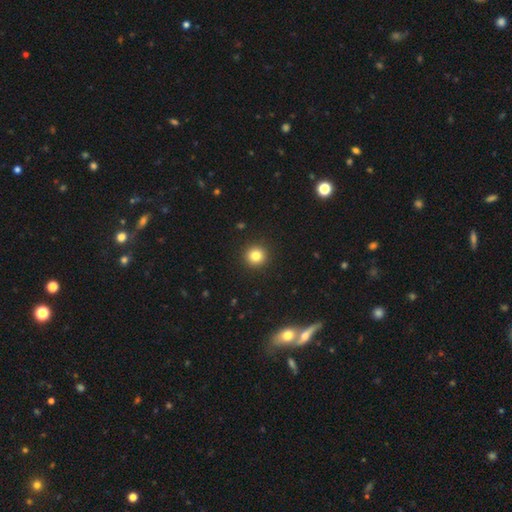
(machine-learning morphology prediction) Overall: smooth (82%). How rounded: round (95%). Merging: none (93%).